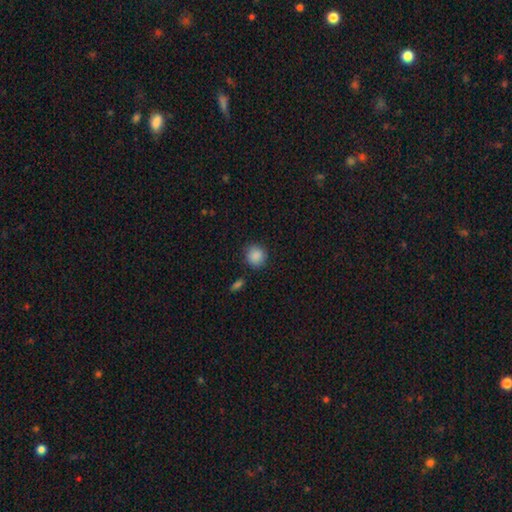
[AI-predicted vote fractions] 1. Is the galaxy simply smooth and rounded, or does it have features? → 88% smooth, 8% star or artifact, 3% featured or disk.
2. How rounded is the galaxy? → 88% round, 11% in between, 1% cigar-shaped.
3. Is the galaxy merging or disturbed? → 87% none, 9% minor disturbance, 2% major disturbance, 2% merger.